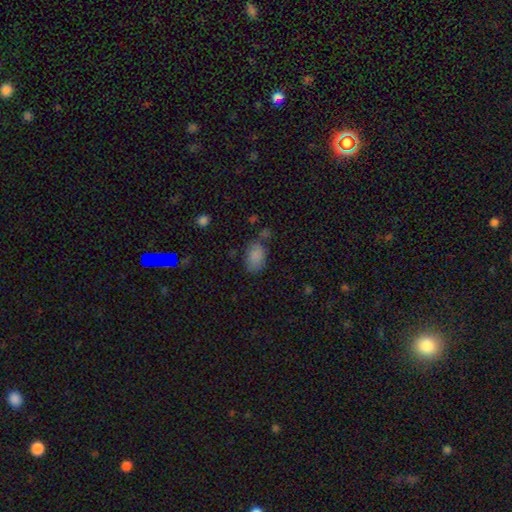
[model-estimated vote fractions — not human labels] smooth_or_featured: smooth (p=0.84) [alt: star or artifact p=0.11]
how_rounded: in between (p=0.86) [alt: round p=0.13]
merging: none (p=0.62) [alt: minor disturbance p=0.22]